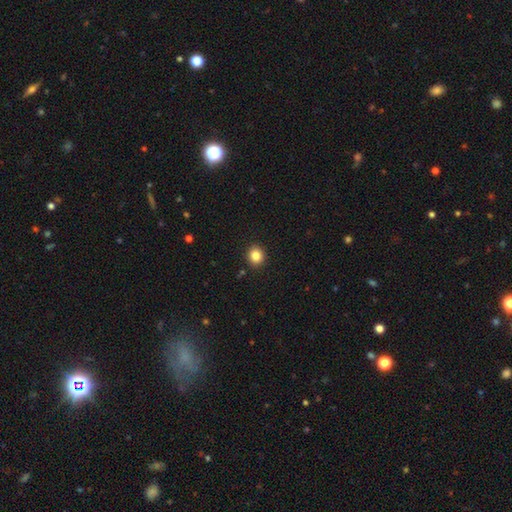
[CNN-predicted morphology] A smooth galaxy with no disk features (84%) that is round (80%).

Vote fractions:
- Smooth or featured? smooth: 84% / star or artifact: 11% / featured or disk: 5%
- How rounded? round: 80% / in between: 19% / cigar-shaped: 1%
- Merging? none: 92% / minor disturbance: 5% / major disturbance: 2% / merger: 1%